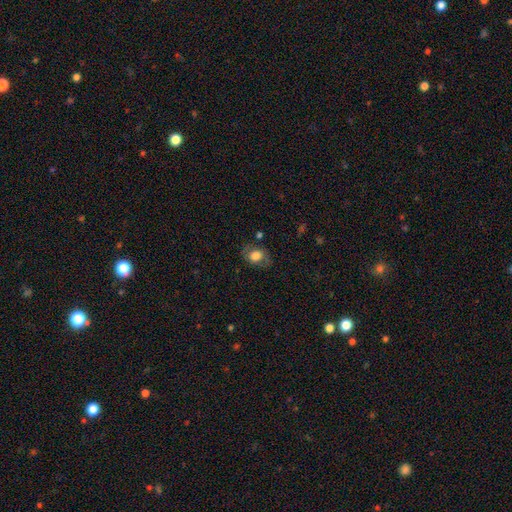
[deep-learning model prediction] Morphology: type=smooth (66%); roundness=in between (66%); merging=none (72%).